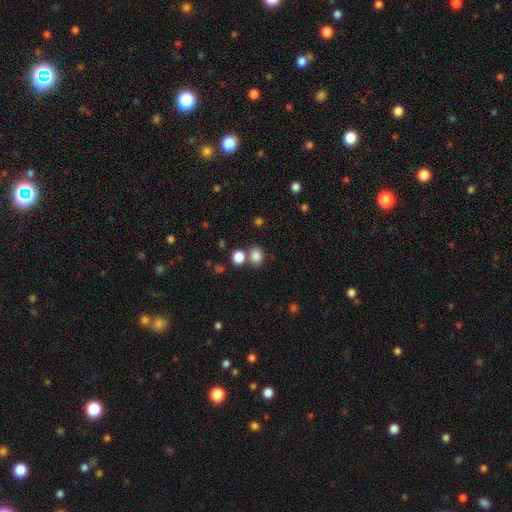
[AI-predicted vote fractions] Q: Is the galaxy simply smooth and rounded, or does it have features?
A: smooth — 83%.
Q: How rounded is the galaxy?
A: round — 61%.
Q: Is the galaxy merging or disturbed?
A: none — 64%.